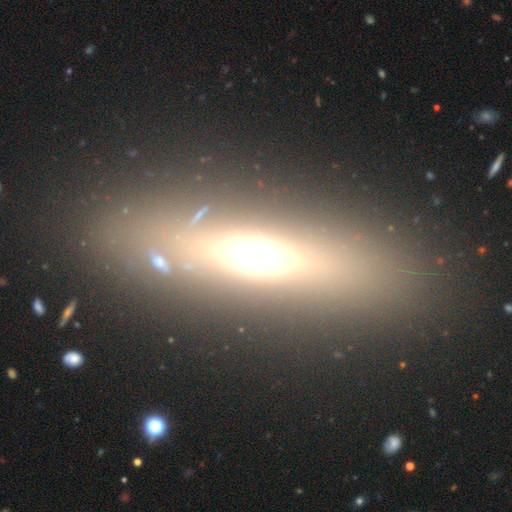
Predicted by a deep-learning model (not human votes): The model was most divided on "smooth or featured": featured or disk: 49%, smooth: 35%, star or artifact: 16%. More confident: merging — none (84%).